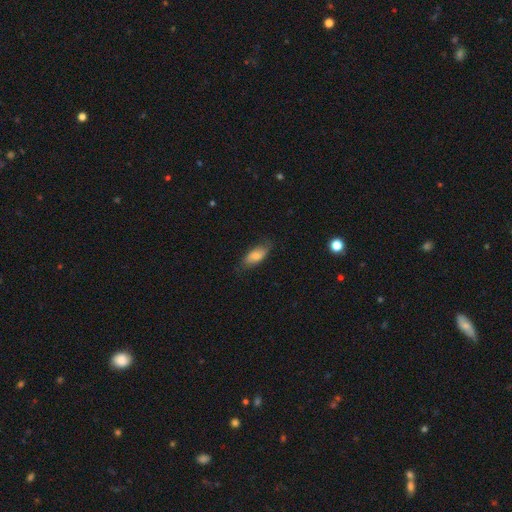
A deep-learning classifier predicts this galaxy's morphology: smooth_or_featured: smooth (p=0.78) [alt: featured or disk p=0.15]
how_rounded: in between (p=0.84) [alt: cigar-shaped p=0.13]
merging: none (p=0.74) [alt: minor disturbance p=0.21]